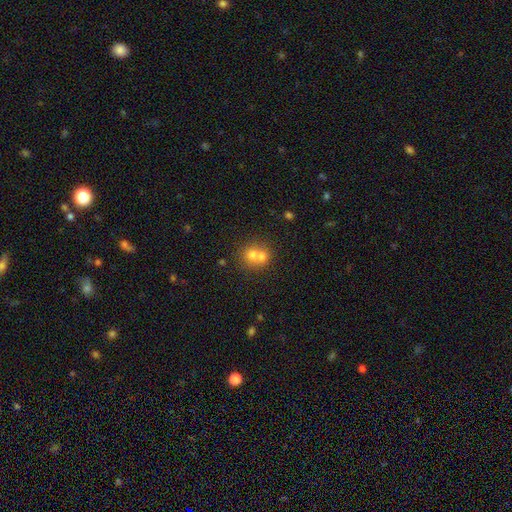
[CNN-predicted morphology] Smooth or featured? Predicted: smooth (p=0.68). How rounded? Predicted: round (p=0.80). Merging? Predicted: merger (p=0.63).